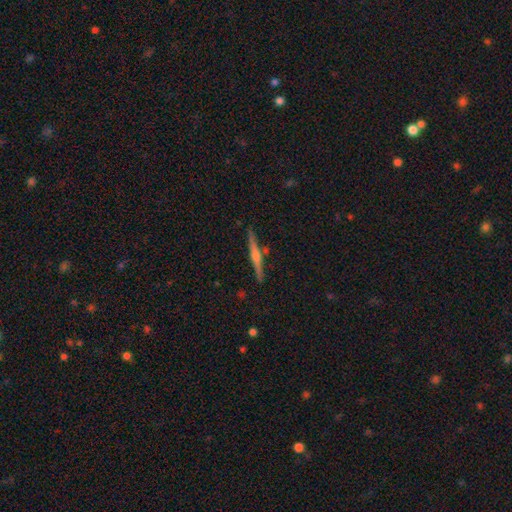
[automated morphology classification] A featured or disk galaxy (72%) viewed edge-on (98%) with a rounded central bulge (78%). Merging: none (88%).